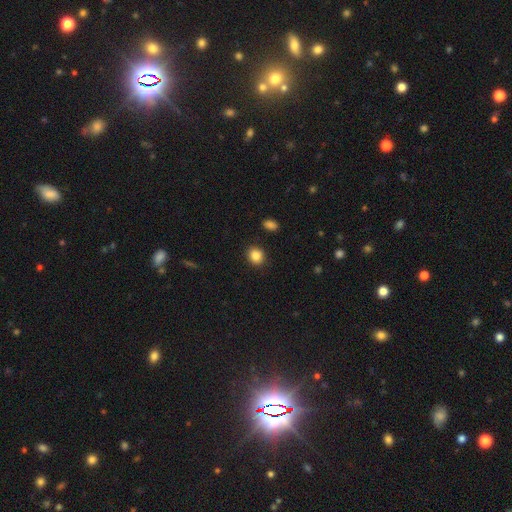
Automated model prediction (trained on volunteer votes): Smooth or featured? smooth (86%)
How rounded? round (74%)
Merging? none (89%)